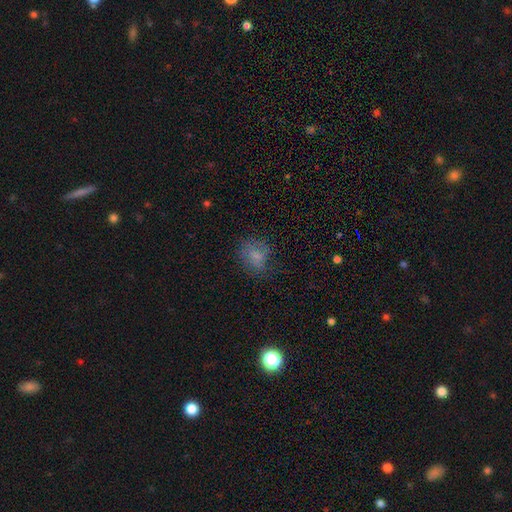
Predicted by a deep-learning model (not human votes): A smooth galaxy with no disk features (67%) that is in between round and cigar-shaped (50%).

Vote fractions:
- Smooth or featured? smooth: 67% / featured or disk: 19% / star or artifact: 14%
- How rounded? in between: 50% / round: 48% / cigar-shaped: 2%
- Merging? none: 62% / minor disturbance: 23% / major disturbance: 13% / merger: 2%